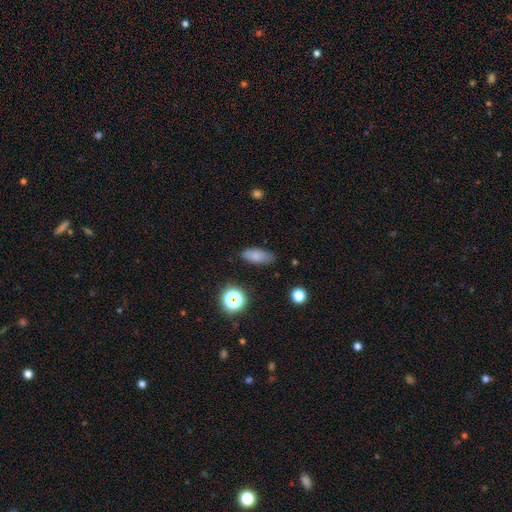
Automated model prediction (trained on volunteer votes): Smooth or featured: smooth — 79% (star or artifact — 12%)
How rounded: in between — 77% (cigar-shaped — 18%)
Merging: none — 81% (minor disturbance — 14%)